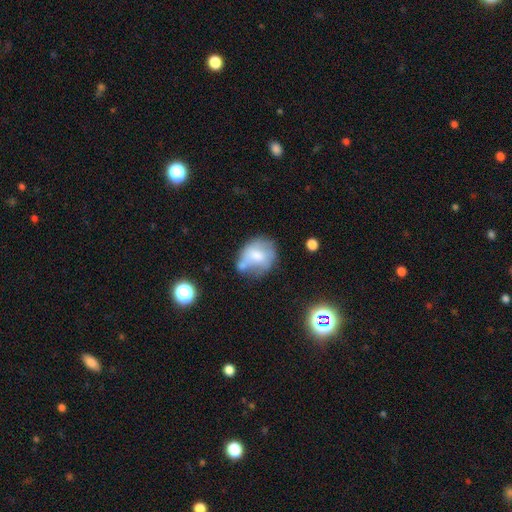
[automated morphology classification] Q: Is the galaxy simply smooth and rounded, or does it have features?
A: smooth — 59%.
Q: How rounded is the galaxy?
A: round — 54%.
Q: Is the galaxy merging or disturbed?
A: none — 35%.